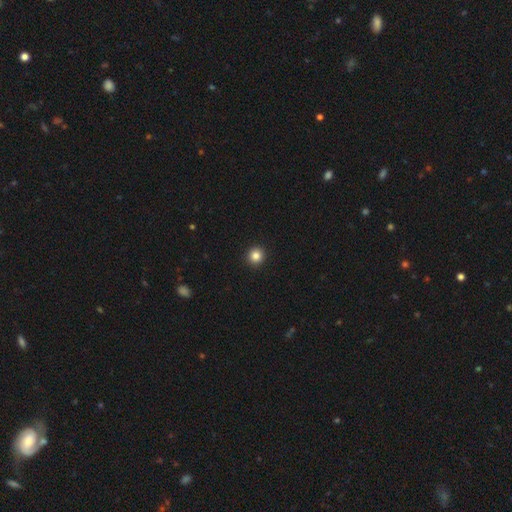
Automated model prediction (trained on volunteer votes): smooth-or-featured: smooth: 84% | star or artifact: 12% | featured or disk: 4%
  how-rounded: round: 95% | in between: 4% | cigar-shaped: 1%
  merging: none: 94% | minor disturbance: 4% | major disturbance: 1% | merger: 1%